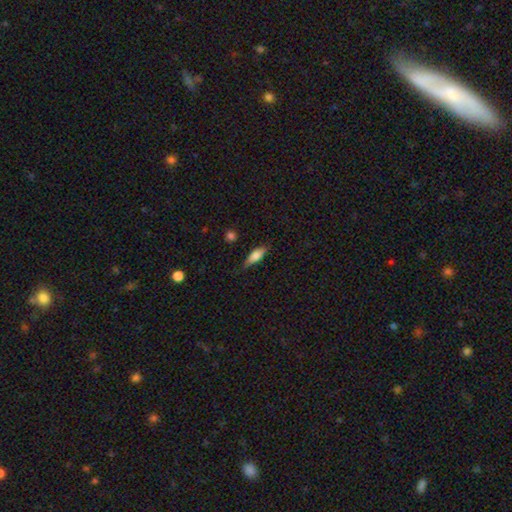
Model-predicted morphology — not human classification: Overall: smooth (69%). How rounded: in between (56%; cigar-shaped 41%). Merging: none (72%).